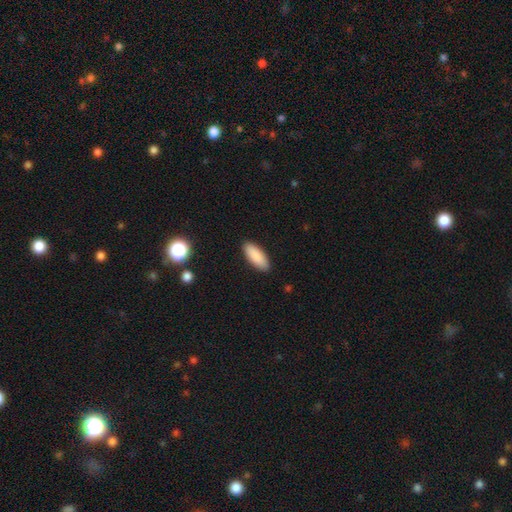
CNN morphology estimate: Smooth or featured?
  - smooth: 89% *
  - star or artifact: 6%
  - featured or disk: 5%
How rounded?
  - in between: 78% *
  - cigar-shaped: 21%
  - round: 2%
Merging?
  - none: 90% *
  - minor disturbance: 8%
  - major disturbance: 2%
  - merger: 1%